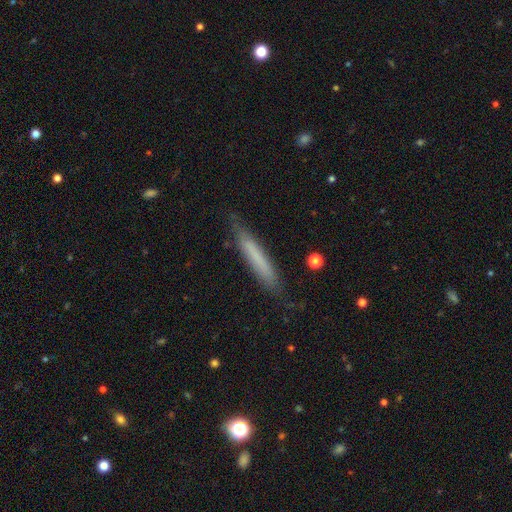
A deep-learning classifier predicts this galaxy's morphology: smooth 63%, featured or disk 30%, star or artifact 7%. Down the decision tree: how rounded — cigar-shaped (94%); merging — none (79%).